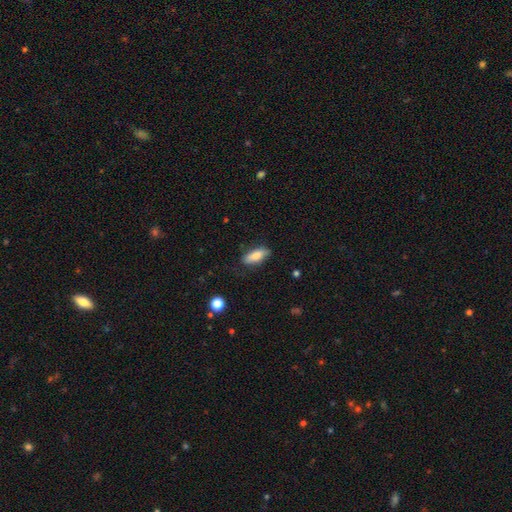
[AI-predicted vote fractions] Morphology: type=smooth (80%); roundness=in between (72%); merging=none (76%).